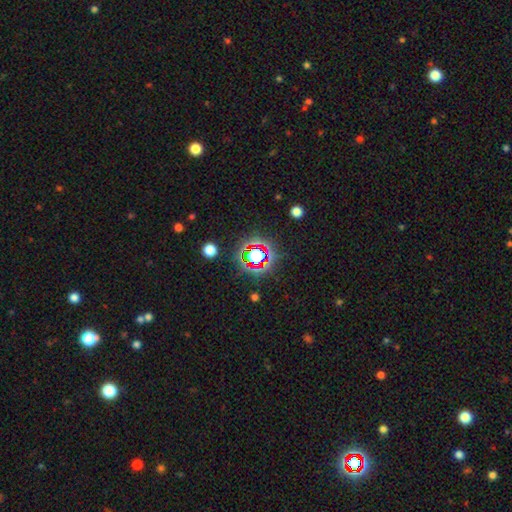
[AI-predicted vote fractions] Smooth or featured? star or artifact (68%)